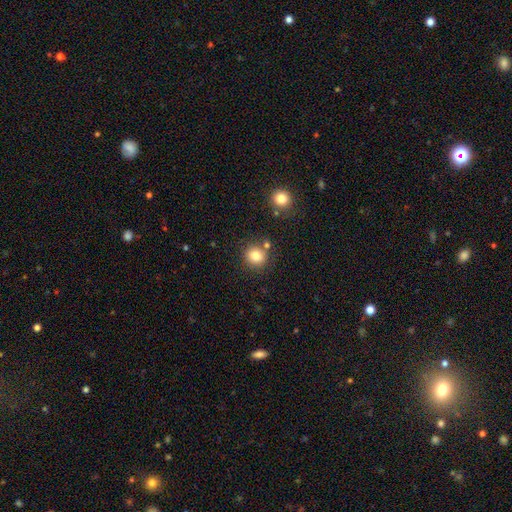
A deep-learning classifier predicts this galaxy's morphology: Q: Smooth or featured?
A: smooth (82%); runner-up: star or artifact (11%)
Q: How rounded?
A: round (88%); runner-up: in between (12%)
Q: Merging?
A: none (76%); runner-up: merger (10%)